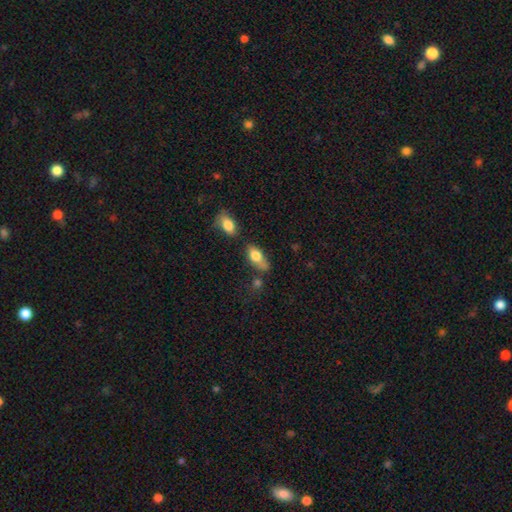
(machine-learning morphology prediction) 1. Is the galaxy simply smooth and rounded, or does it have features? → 74% smooth, 18% featured or disk, 8% star or artifact.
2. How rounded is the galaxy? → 80% in between, 12% cigar-shaped, 8% round.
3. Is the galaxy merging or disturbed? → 41% none, 26% minor disturbance, 21% merger, 12% major disturbance.